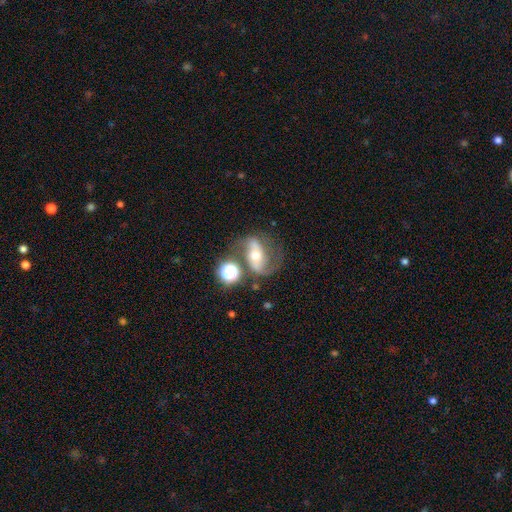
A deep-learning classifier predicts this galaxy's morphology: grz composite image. It shows a featured or disk galaxy (76%) with a strong bar (38%), 2 (86%) loose (53%) spiral arms (91%) and a moderate central bulge (60%). Merging: none (55%).